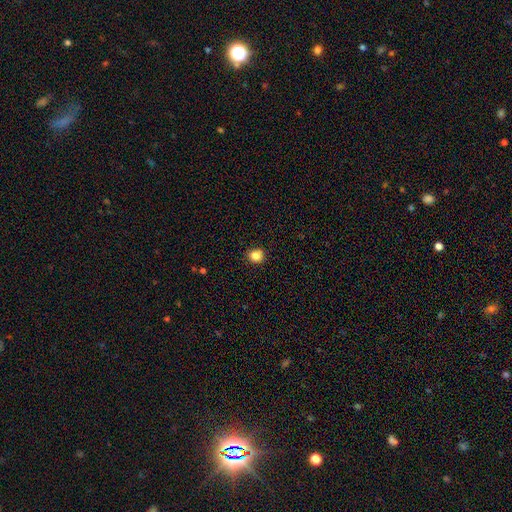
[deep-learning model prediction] smooth_or_featured: smooth (p=0.83) [alt: star or artifact p=0.11]
how_rounded: round (p=0.82) [alt: in between p=0.17]
merging: none (p=0.87) [alt: minor disturbance p=0.09]